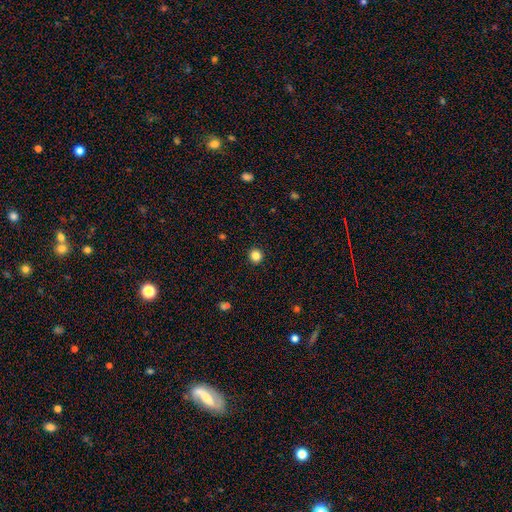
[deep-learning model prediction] Smooth or featured: smooth — 84% (star or artifact — 12%)
How rounded: round — 89% (in between — 10%)
Merging: none — 93% (minor disturbance — 5%)